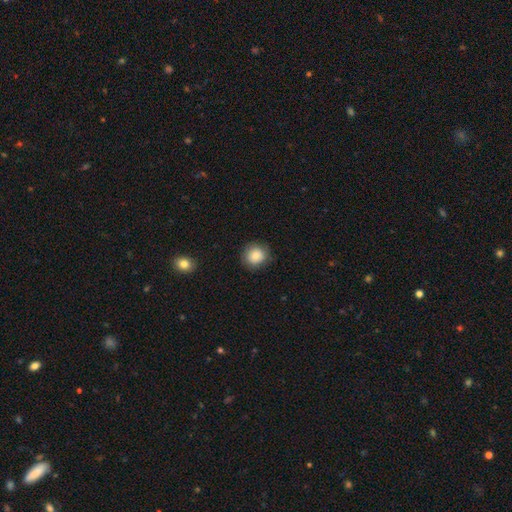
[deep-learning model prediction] Smooth or featured? Predicted: smooth (p=0.86). How rounded? Predicted: round (p=0.87). Merging? Predicted: none (p=0.85).